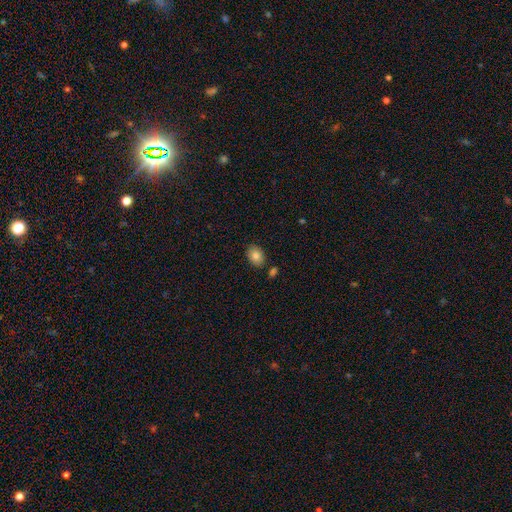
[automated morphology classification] Smooth or featured? smooth (85%)
How rounded? in between (71%)
Merging? none (83%)